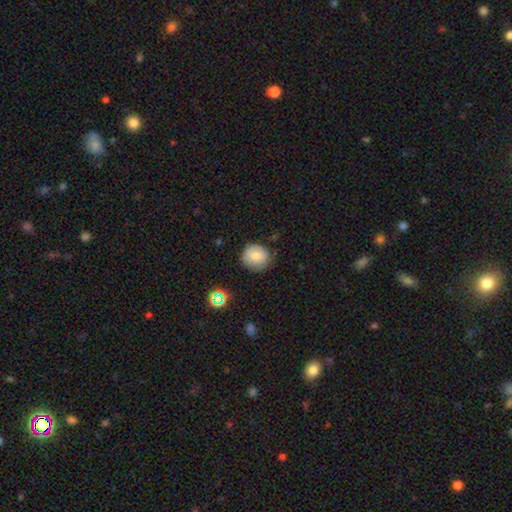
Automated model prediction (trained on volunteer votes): Overall: smooth (80%). How rounded: round (83%). Merging: none (73%).